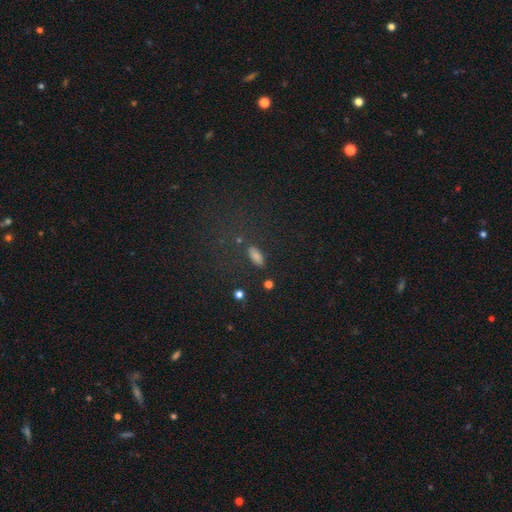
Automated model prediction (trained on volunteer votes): This is likely a smooth galaxy (69%). How rounded: likely in between (72%). Merging: likely none (71%).